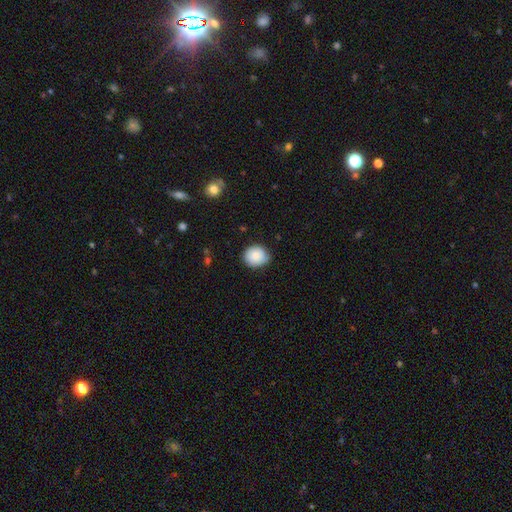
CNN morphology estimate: Q: Smooth or featured?
A: smooth (83%); runner-up: featured or disk (10%)
Q: How rounded?
A: round (75%); runner-up: in between (24%)
Q: Merging?
A: none (73%); runner-up: minor disturbance (22%)